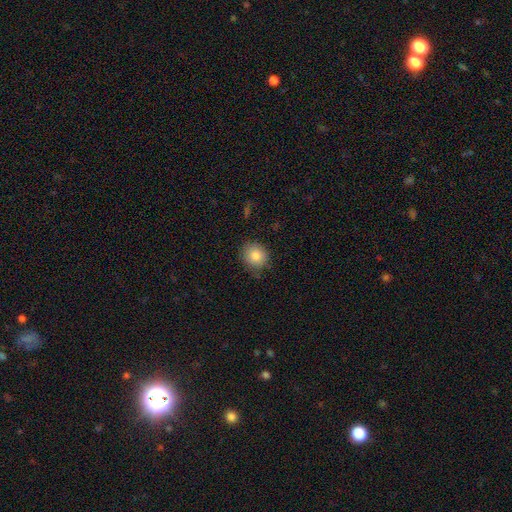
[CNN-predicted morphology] Smooth or featured?
  - smooth: 82% *
  - star or artifact: 9%
  - featured or disk: 8%
How rounded?
  - round: 85% *
  - in between: 15%
  - cigar-shaped: 1%
Merging?
  - none: 83% *
  - minor disturbance: 13%
  - major disturbance: 3%
  - merger: 1%